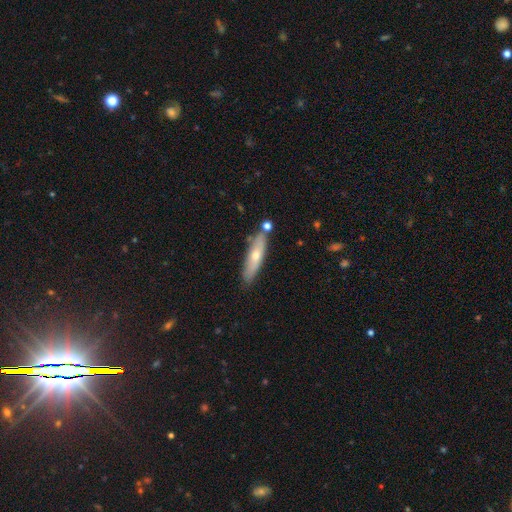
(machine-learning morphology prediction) The model was most divided on "smooth or featured": smooth: 52%, featured or disk: 42%, star or artifact: 7%. More confident: merging — none (77%); how rounded — cigar-shaped (75%).